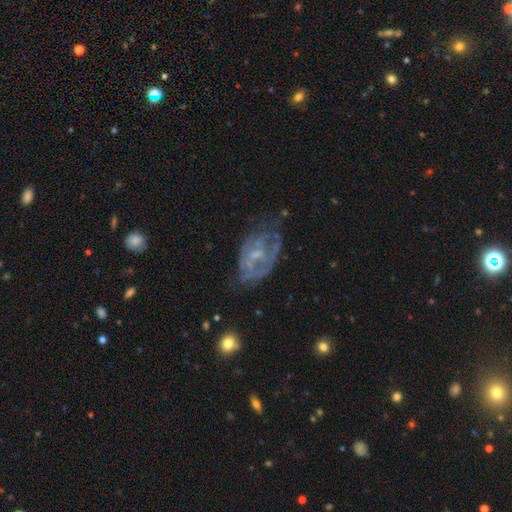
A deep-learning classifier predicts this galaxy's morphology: Smooth or featured? Predicted: featured or disk (p=0.69). Edge-on disk? Predicted: no (p=0.96). Bar? Predicted: no (p=0.65). Spiral arms? Predicted: yes (p=0.50, tied with no). Bulge size? Predicted: small (p=0.52). Merging? Predicted: none (p=0.44).